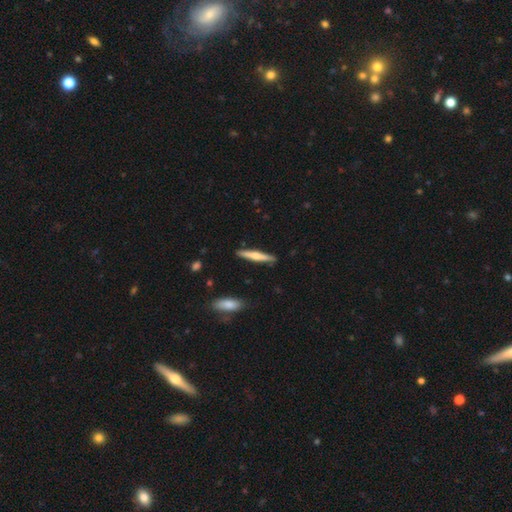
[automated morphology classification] A smooth galaxy with no disk features (48%). Merging: none (89%).